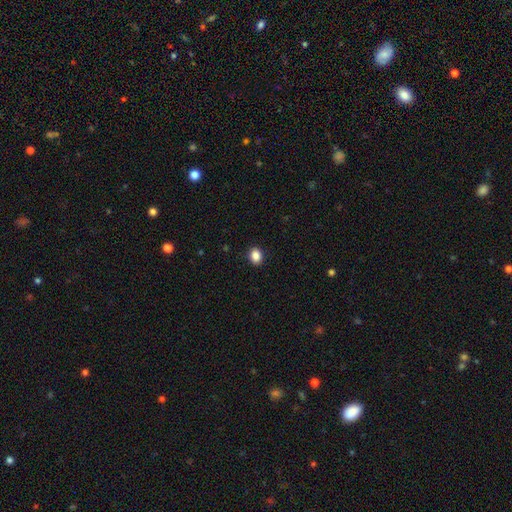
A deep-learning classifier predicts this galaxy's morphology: This is clearly a smooth galaxy (87%). How rounded: possibly in between (55%). Merging: clearly none (90%).